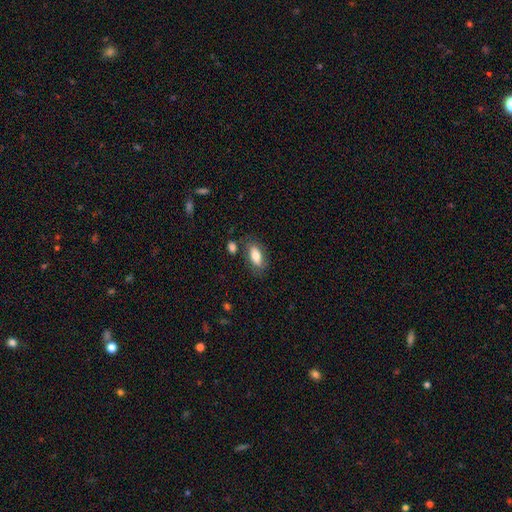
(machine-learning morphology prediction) A smooth galaxy with no disk features (75%) that is in between round and cigar-shaped (87%).

Vote fractions:
- Smooth or featured? smooth: 75% / featured or disk: 18% / star or artifact: 7%
- How rounded? in between: 87% / cigar-shaped: 9% / round: 4%
- Merging? none: 71% / minor disturbance: 16% / merger: 8% / major disturbance: 5%